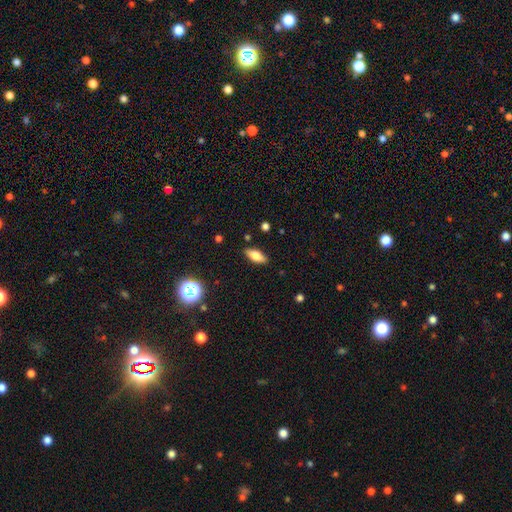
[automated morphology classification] Smooth or featured? Predicted: smooth (p=0.72). How rounded? Predicted: in between (p=0.77). Merging? Predicted: none (p=0.86).